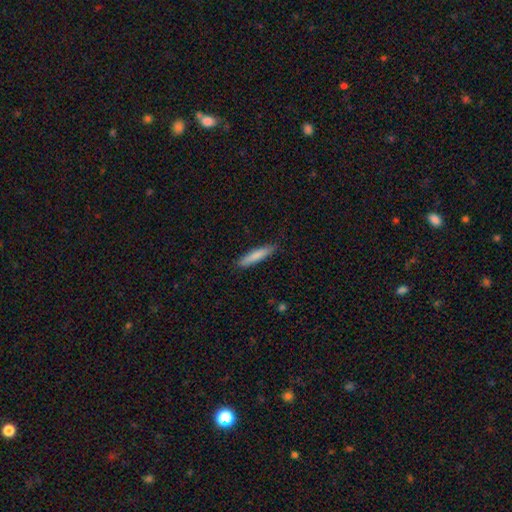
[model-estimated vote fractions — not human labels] Smooth or featured? Predicted: smooth (p=0.81). How rounded? Predicted: cigar-shaped (p=0.89). Merging? Predicted: none (p=0.87).